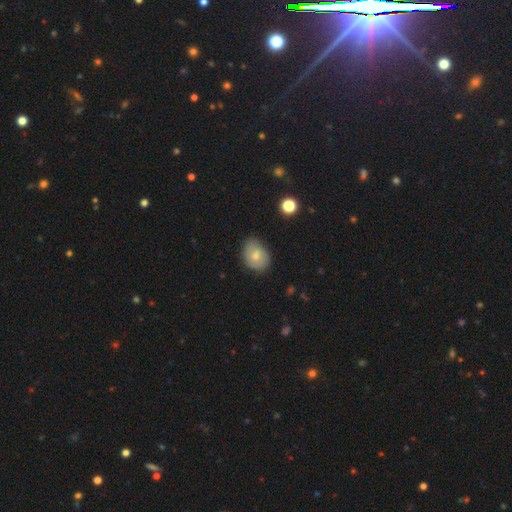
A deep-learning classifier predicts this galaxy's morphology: This is likely a smooth galaxy (70%). How rounded: likely in between (64%). Merging: likely none (72%).